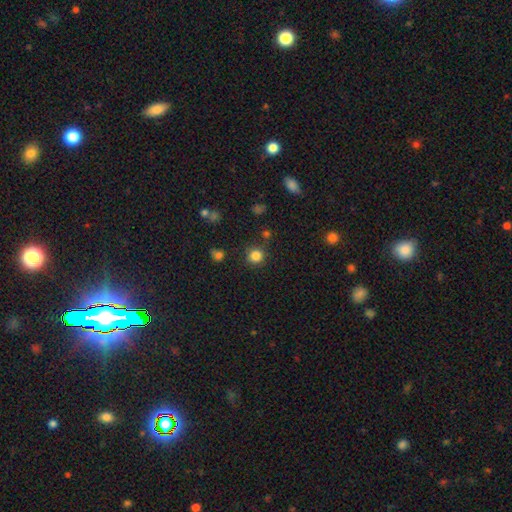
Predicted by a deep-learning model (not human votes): Overall: smooth (83%). How rounded: round (91%). Merging: none (85%).